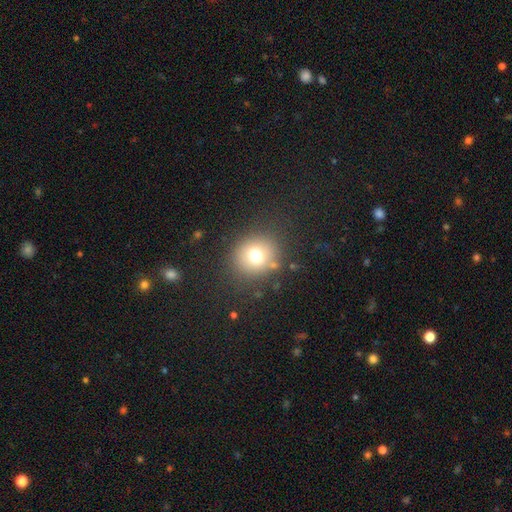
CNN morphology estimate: This is likely a smooth galaxy (71%). How rounded: clearly round (86%). Merging: clearly none (83%).